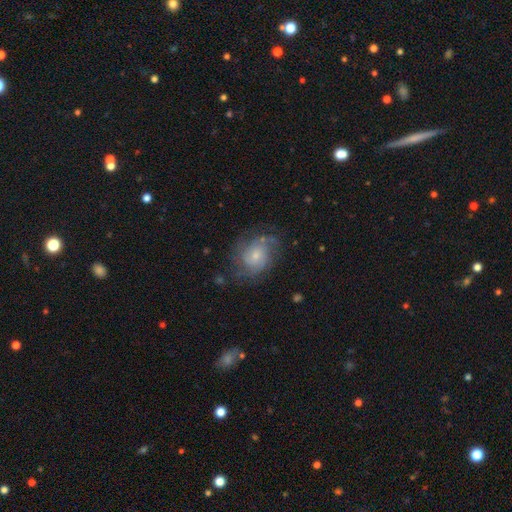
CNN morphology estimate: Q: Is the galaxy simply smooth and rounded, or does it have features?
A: featured or disk — 66%.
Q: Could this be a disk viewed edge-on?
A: no — 97%.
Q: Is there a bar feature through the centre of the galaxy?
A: no — 76%.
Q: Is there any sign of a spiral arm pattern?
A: yes — 87%.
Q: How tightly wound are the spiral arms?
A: tight — 43%.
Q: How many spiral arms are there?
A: can't tell — 37%.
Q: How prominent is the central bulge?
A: small — 58%.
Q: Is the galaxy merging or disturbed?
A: none — 65%.